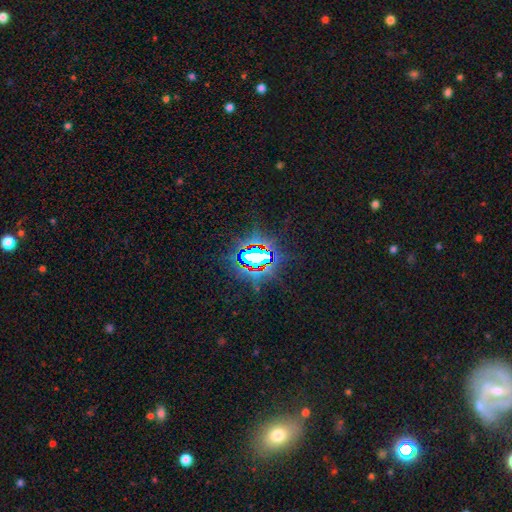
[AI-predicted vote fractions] Smooth or featured? Predicted: star or artifact (p=0.79).